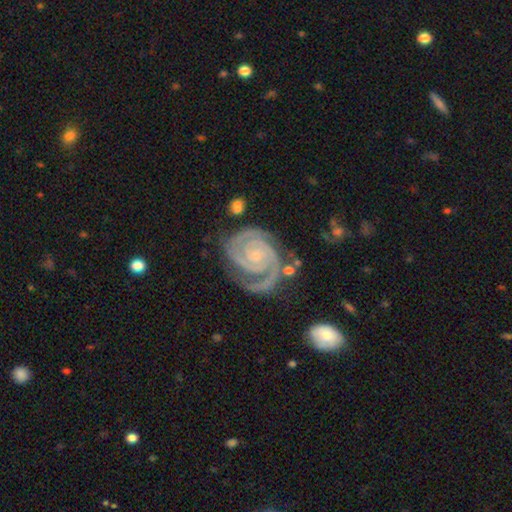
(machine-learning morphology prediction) Smooth or featured?
  - featured or disk: 92% *
  - star or artifact: 4%
  - smooth: 3%
Edge-on disk?
  - no: 98% *
  - yes: 2%
Bar?
  - no: 66% *
  - weak: 24%
  - strong: 10%
Spiral arms?
  - yes: 99% *
  - no: 1%
Spiral winding?
  - tight: 75% *
  - medium: 23%
  - loose: 3%
Spiral arm count?
  - 2: 84% *
  - 3: 7%
  - can't tell: 3%
  - 1: 2%
  - 4: 2%
  - more than 4: 1%
Bulge size?
  - small: 71% *
  - moderate: 20%
  - none: 7%
  - large: 1%
  - dominant: 1%
Merging?
  - none: 71% *
  - minor disturbance: 18%
  - major disturbance: 8%
  - merger: 4%